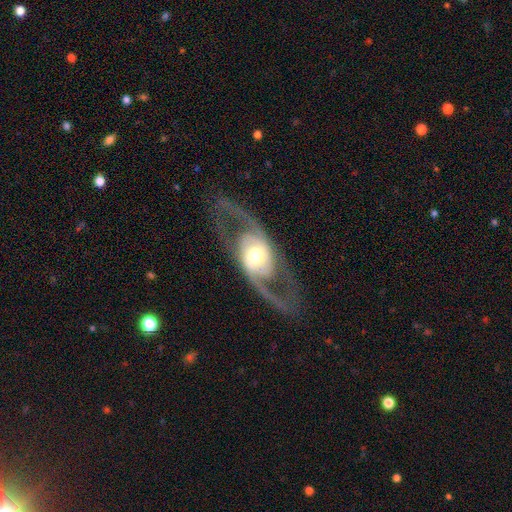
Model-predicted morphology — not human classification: smooth-or-featured: featured or disk: 85% | smooth: 11% | star or artifact: 4%
  disk-edge-on: no: 90% | yes: 10%
    bar: no: 63% | weak: 25% | strong: 12%
    has-spiral-arms: yes: 83% | no: 17%
      spiral-winding: medium: 44% | loose: 39% | tight: 17%
      spiral-arm-count: 2: 90% | can't tell: 4% | 1: 3% | 3: 1% | 4: 1% | more than 4: 1%
    bulge-size: moderate: 63% | large: 25% | small: 9% | dominant: 3% | none: 1%
  merging: none: 74% | major disturbance: 14% | minor disturbance: 11% | merger: 1%